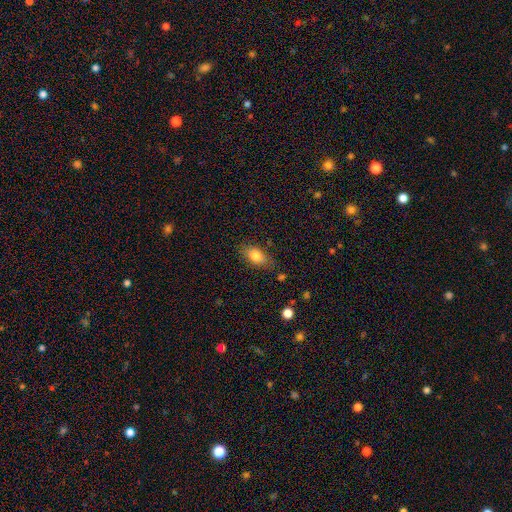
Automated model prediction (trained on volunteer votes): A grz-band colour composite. It shows a smooth galaxy with no disk features (81%) that is in between round and cigar-shaped (88%). Merging: none (79%).